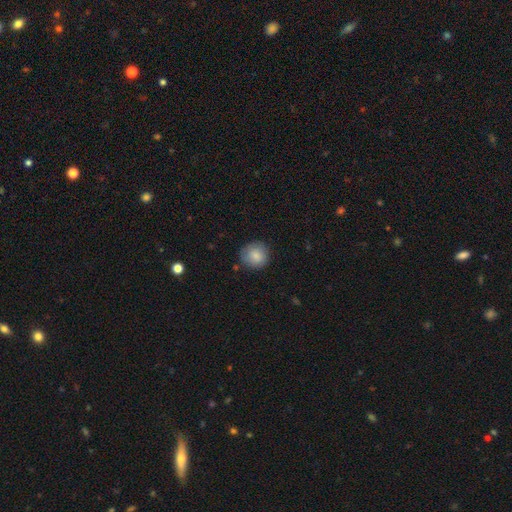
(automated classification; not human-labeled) Smooth or featured: smooth — 85% (star or artifact — 7%)
How rounded: round — 91% (in between — 8%)
Merging: none — 83% (minor disturbance — 13%)